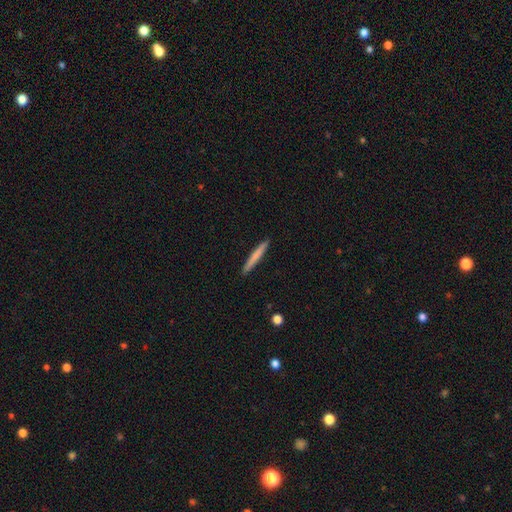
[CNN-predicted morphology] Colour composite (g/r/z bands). It shows a smooth galaxy with no disk features (69%) that is cigar-shaped (97%). Merging: none (92%).